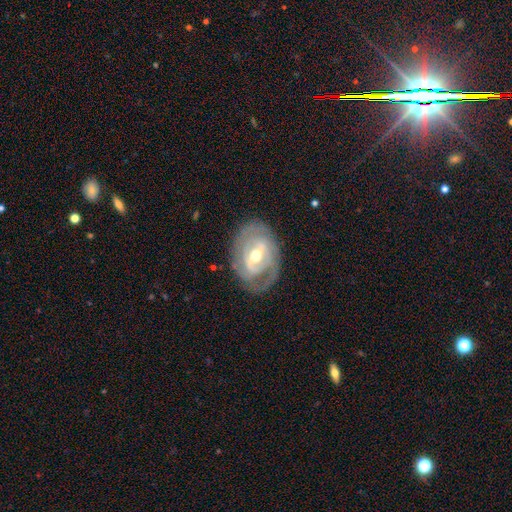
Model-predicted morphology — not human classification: smooth_or_featured: featured or disk (p=0.79) [alt: smooth p=0.16]
disk_edge_on: no (p=0.95) [alt: yes p=0.05]
bar: weak (p=0.45) [alt: strong p=0.28]
has_spiral_arms: yes (p=0.75) [alt: no p=0.25]
spiral_winding: tight (p=0.60) [alt: medium p=0.29]
spiral_arm_count: 2 (p=0.51) [alt: can't tell p=0.31]
bulge_size: moderate (p=0.65) [alt: small p=0.29]
merging: none (p=0.74) [alt: minor disturbance p=0.17]